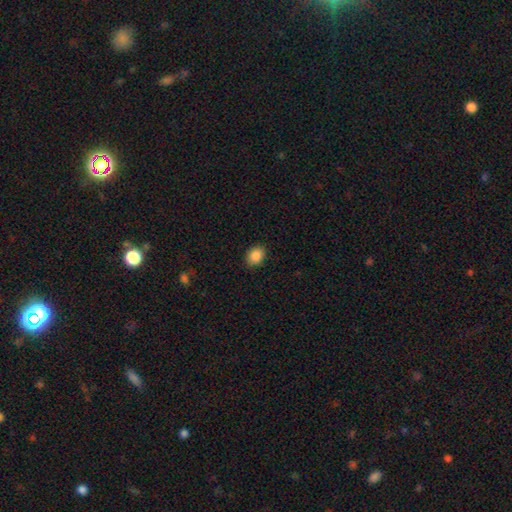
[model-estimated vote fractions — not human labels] Smooth or featured: smooth — 87% (star or artifact — 9%)
How rounded: in between — 55% (round — 45%)
Merging: none — 88% (minor disturbance — 8%)